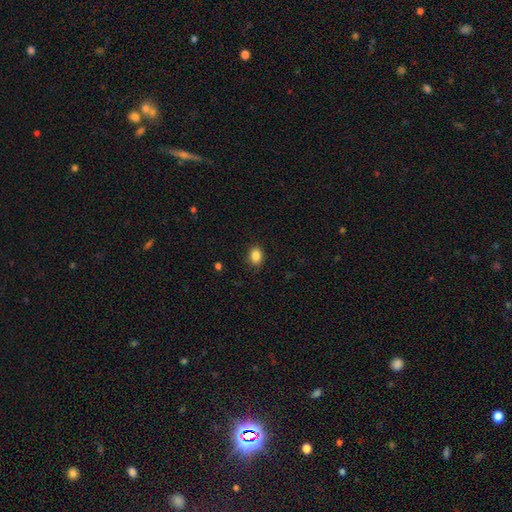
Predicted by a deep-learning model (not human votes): This appears to be a smooth galaxy with no disk features (87%) that is in between round and cigar-shaped (71%). Merging: none (87%).